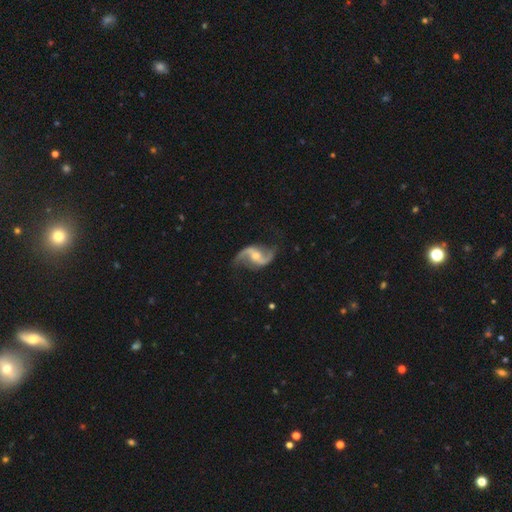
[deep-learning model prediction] Smooth or featured?
  - featured or disk: 92% *
  - star or artifact: 4%
  - smooth: 4%
Edge-on disk?
  - no: 98% *
  - yes: 2%
Bar?
  - weak: 38% *
  - no: 37%
  - strong: 25%
Spiral arms?
  - yes: 97% *
  - no: 3%
Spiral winding?
  - loose: 77% *
  - medium: 18%
  - tight: 4%
Spiral arm count?
  - 2: 94% *
  - 1: 1%
  - can't tell: 1%
  - 3: 1%
  - 4: 1%
  - more than 4: 1%
Bulge size?
  - moderate: 57% *
  - small: 38%
  - large: 2%
  - none: 2%
  - dominant: 1%
Merging?
  - none: 81% *
  - minor disturbance: 13%
  - major disturbance: 5%
  - merger: 2%